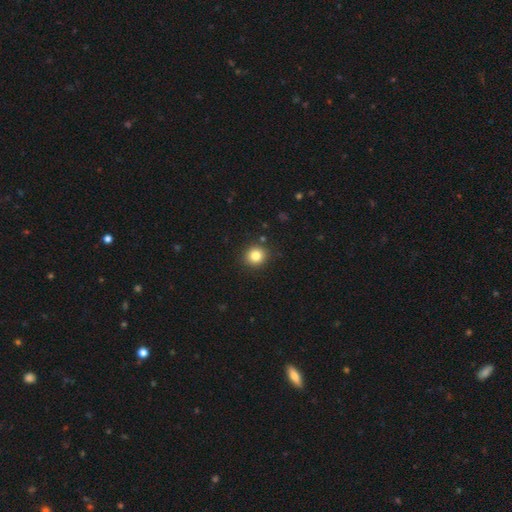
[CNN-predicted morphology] Smooth or featured?
  - smooth: 82% *
  - star or artifact: 12%
  - featured or disk: 6%
How rounded?
  - round: 88% *
  - in between: 11%
  - cigar-shaped: 1%
Merging?
  - none: 90% *
  - minor disturbance: 6%
  - major disturbance: 2%
  - merger: 2%